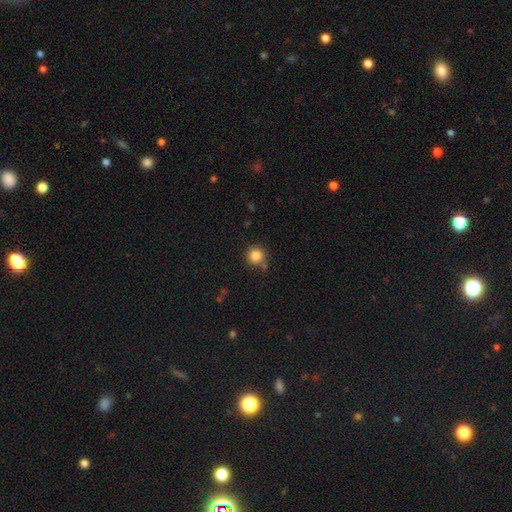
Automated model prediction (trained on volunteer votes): Overall: smooth (84%). How rounded: round (94%). Merging: none (79%).